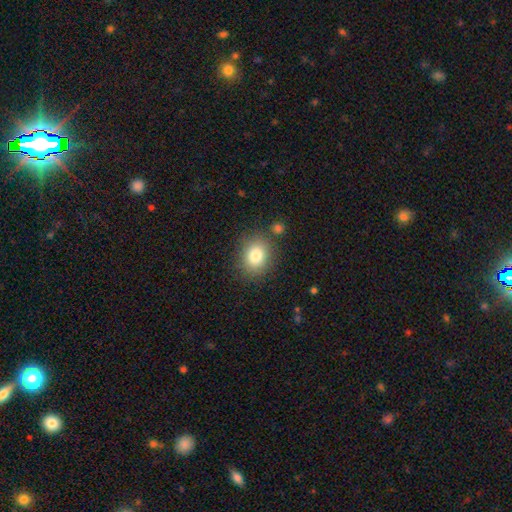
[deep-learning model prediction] Smooth or featured? Predicted: smooth (p=0.81). How rounded? Predicted: round (p=0.55). Merging? Predicted: none (p=0.81).